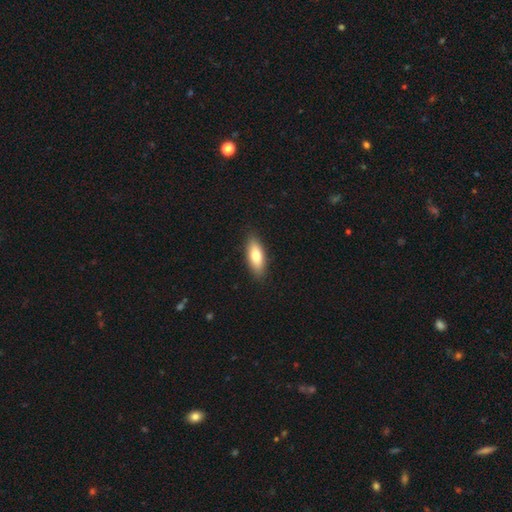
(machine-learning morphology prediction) Smooth or featured? smooth (76%)
How rounded? in between (72%)
Merging? none (89%)